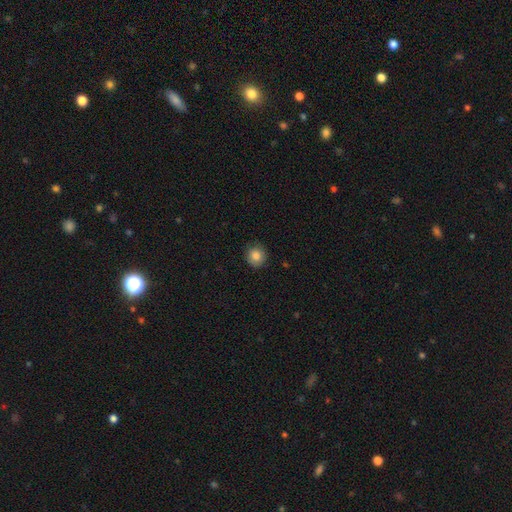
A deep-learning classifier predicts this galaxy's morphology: smooth-or-featured: smooth: 85% | star or artifact: 9% | featured or disk: 6%
  how-rounded: round: 91% | in between: 8% | cigar-shaped: 1%
  merging: none: 87% | minor disturbance: 10% | major disturbance: 2% | merger: 1%